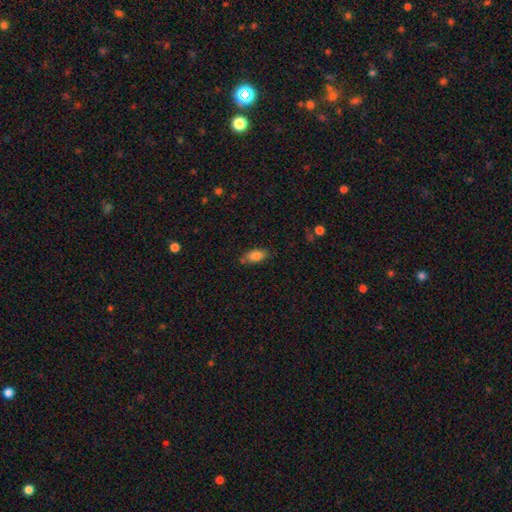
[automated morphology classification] This appears to be a smooth galaxy with no disk features (83%) that is in between round and cigar-shaped (87%). Merging: none (74%).